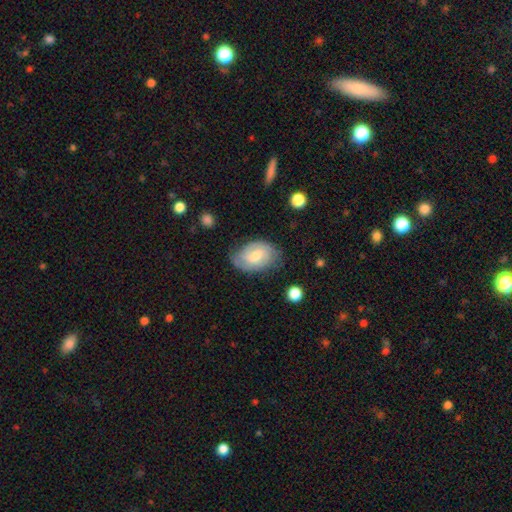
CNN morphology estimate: A featured or disk galaxy (57%) with a weak bar (52%), spiral arms (85%) and a moderate central bulge (59%). Merging: none (67%).